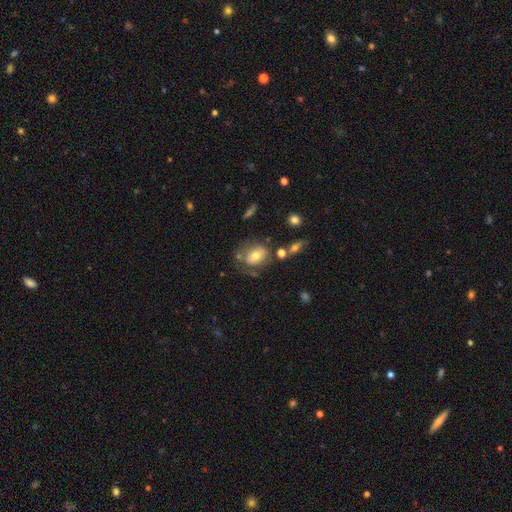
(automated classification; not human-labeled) smooth-or-featured: smooth: 59% | featured or disk: 32% | star or artifact: 9%
  how-rounded: in between: 64% | round: 35% | cigar-shaped: 1%
  merging: none: 51% | minor disturbance: 22% | major disturbance: 17% | merger: 10%